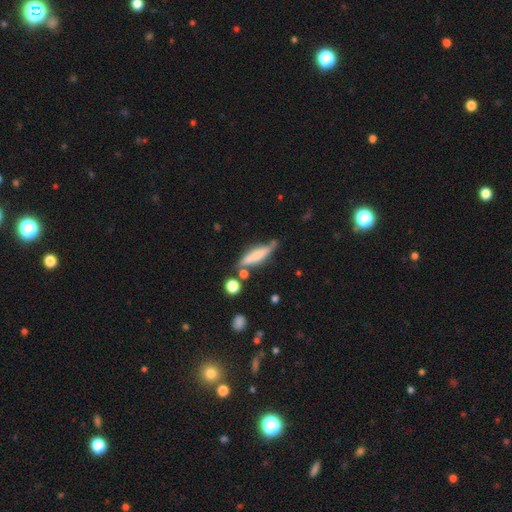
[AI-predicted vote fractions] smooth_or_featured: smooth (p=0.60) [alt: featured or disk p=0.33]
how_rounded: cigar-shaped (p=0.75) [alt: in between p=0.23]
merging: none (p=0.62) [alt: minor disturbance p=0.22]